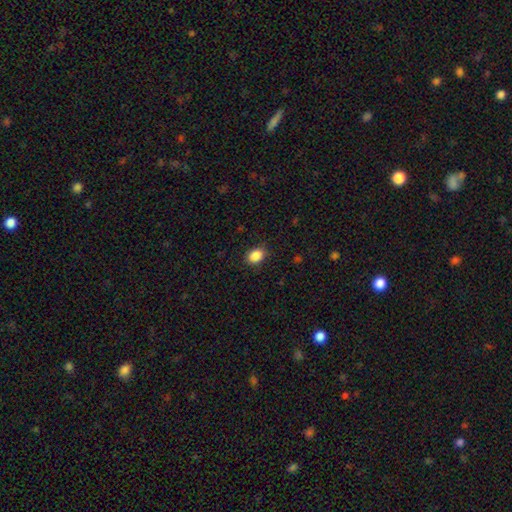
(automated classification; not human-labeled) Smooth or featured: smooth — 88% (star or artifact — 9%)
How rounded: in between — 68% (round — 31%)
Merging: none — 85% (minor disturbance — 11%)